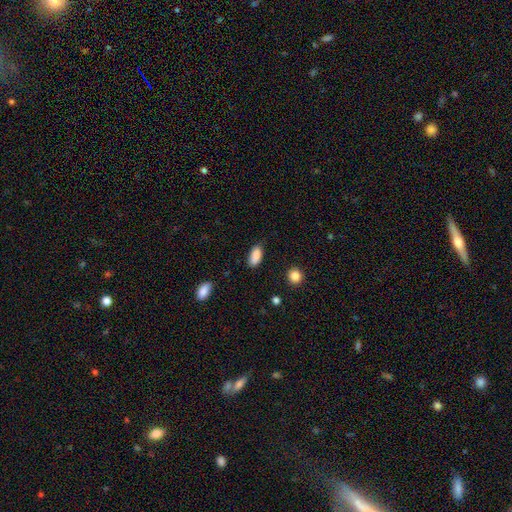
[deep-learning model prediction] Smooth or featured: smooth — 88% (star or artifact — 8%)
How rounded: in between — 88% (cigar-shaped — 9%)
Merging: none — 73% (minor disturbance — 21%)